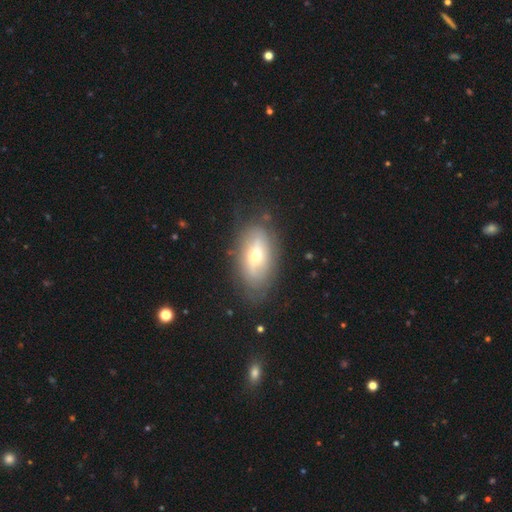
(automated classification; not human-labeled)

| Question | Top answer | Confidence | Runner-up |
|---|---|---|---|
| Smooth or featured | featured or disk | 53% | smooth (39%) |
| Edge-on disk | no | 81% | yes (19%) |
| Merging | none | 76% | minor disturbance (16%) |